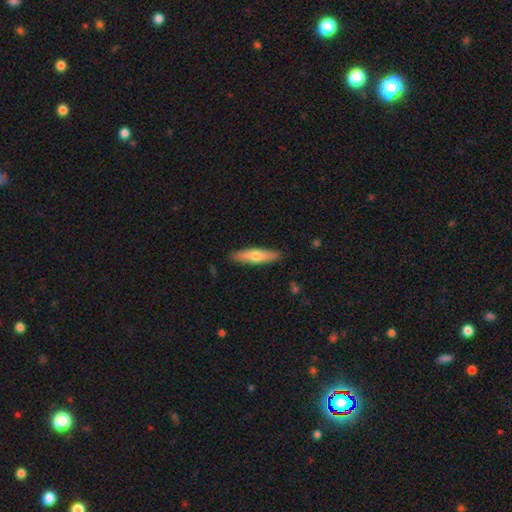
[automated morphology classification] smooth_or_featured: smooth (p=0.59) [alt: featured or disk p=0.36]
how_rounded: cigar-shaped (p=0.75) [alt: in between p=0.23]
merging: none (p=0.88) [alt: minor disturbance p=0.09]